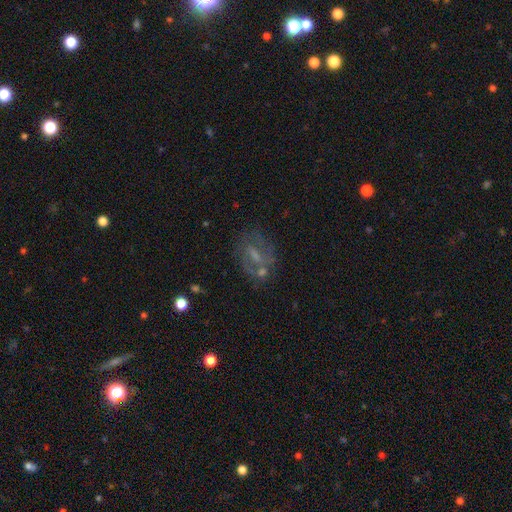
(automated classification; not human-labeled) smooth-or-featured: featured or disk: 61% | smooth: 25% | star or artifact: 14%
  disk-edge-on: no: 94% | yes: 6%
    bar: weak: 47% | no: 30% | strong: 23%
    has-spiral-arms: yes: 61% | no: 39%
    bulge-size: small: 38% | none: 30% | moderate: 28% | large: 3% | dominant: 1%
  merging: none: 59% | minor disturbance: 18% | major disturbance: 13% | merger: 10%